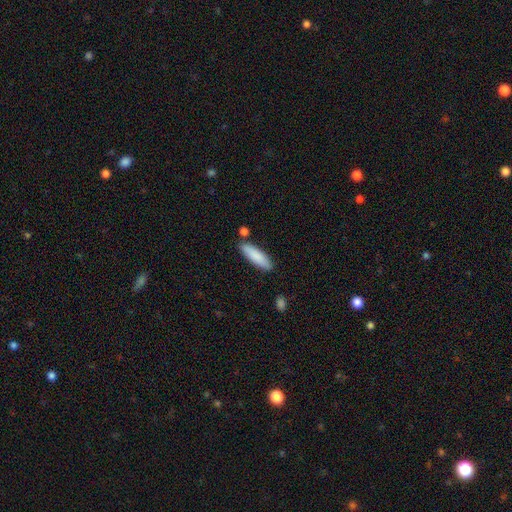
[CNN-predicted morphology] type=smooth (86%); roundness=cigar-shaped (55%); merging=none (82%).